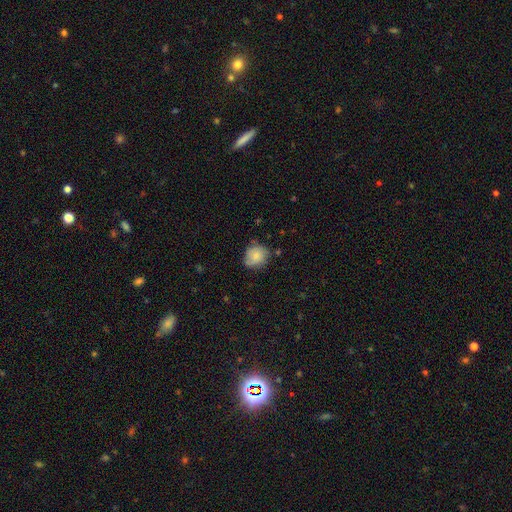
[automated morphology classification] Smooth or featured? Predicted: smooth (p=0.75). How rounded? Predicted: round (p=0.69). Merging? Predicted: none (p=0.67).